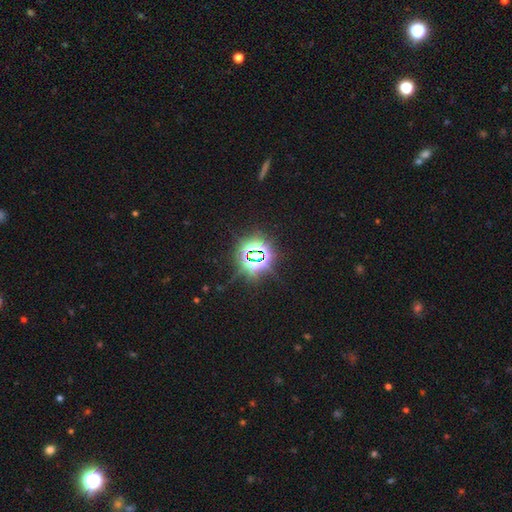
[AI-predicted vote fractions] The model was most divided on "smooth or featured": star or artifact: 82%, smooth: 11%, featured or disk: 7%.